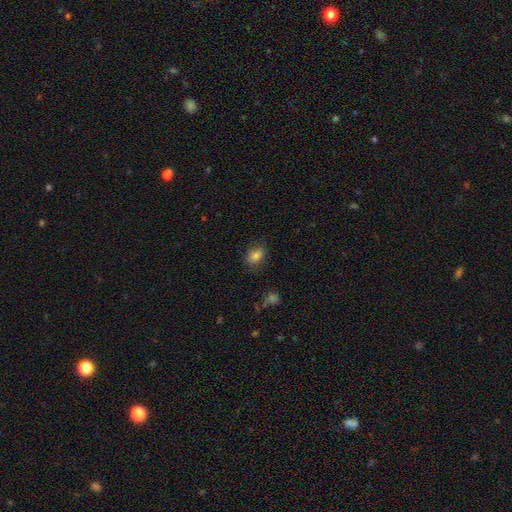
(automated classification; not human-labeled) A smooth galaxy with no disk features (82%) that is in between round and cigar-shaped (79%).

Vote fractions:
- Smooth or featured? smooth: 82% / star or artifact: 10% / featured or disk: 8%
- How rounded? in between: 79% / round: 20% / cigar-shaped: 1%
- Merging? none: 80% / minor disturbance: 15% / major disturbance: 4% / merger: 1%